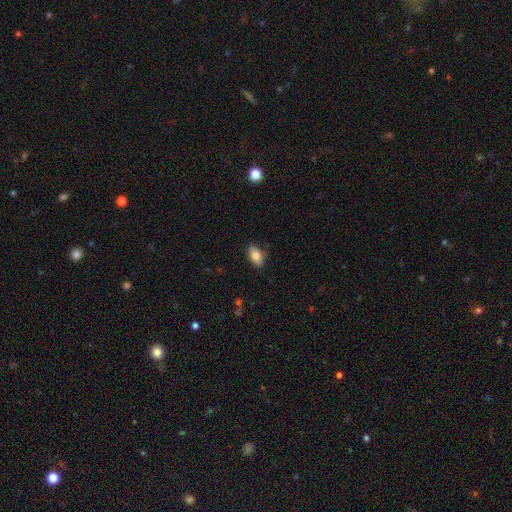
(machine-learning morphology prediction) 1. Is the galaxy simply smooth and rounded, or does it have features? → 79% smooth, 14% featured or disk, 7% star or artifact.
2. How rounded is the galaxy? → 90% in between, 5% cigar-shaped, 5% round.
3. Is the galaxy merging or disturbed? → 82% none, 15% minor disturbance, 2% major disturbance, 1% merger.